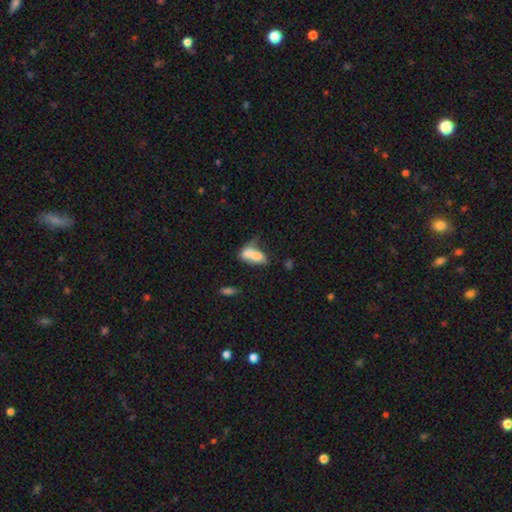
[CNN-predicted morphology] The model was most divided on "merging": merger: 44%, none: 22%, minor disturbance: 18%, major disturbance: 16%. More confident: how rounded — in between (82%); smooth or featured — smooth (69%).